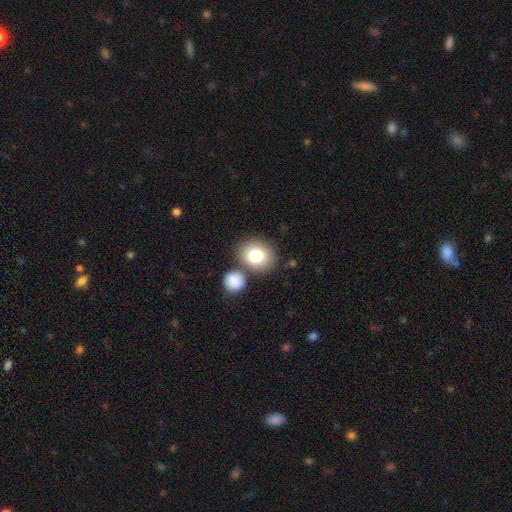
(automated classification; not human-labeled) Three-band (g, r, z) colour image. It shows a smooth galaxy with no disk features (80%) that is round (62%). Merging: none (70%).